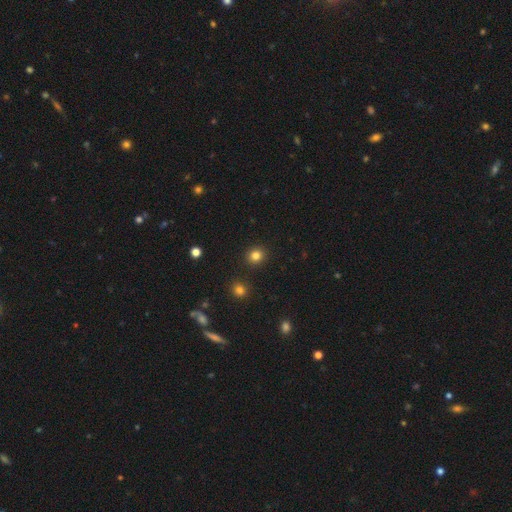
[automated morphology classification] smooth-or-featured: smooth: 82% | star or artifact: 13% | featured or disk: 5%
  how-rounded: round: 87% | in between: 12% | cigar-shaped: 1%
  merging: none: 91% | minor disturbance: 5% | merger: 2% | major disturbance: 2%